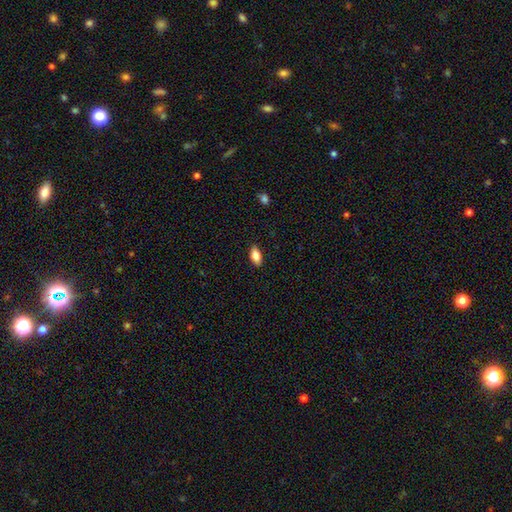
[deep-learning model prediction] Overall: smooth (82%). How rounded: in between (89%). Merging: none (89%).